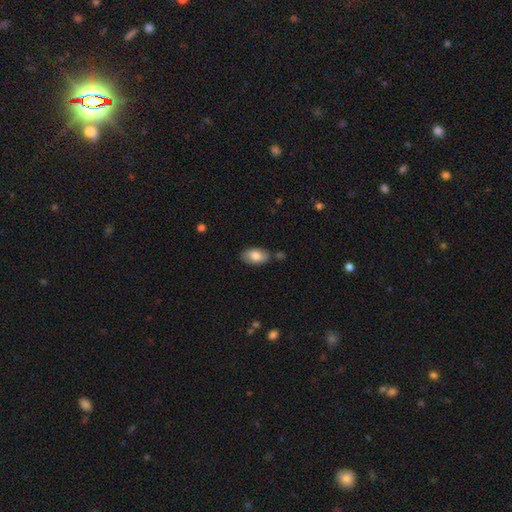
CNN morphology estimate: This appears to be a smooth galaxy with no disk features (80%) that is in between round and cigar-shaped (94%). Merging: none (80%).